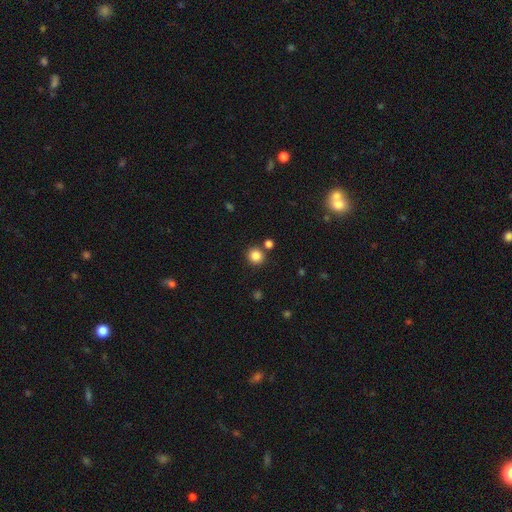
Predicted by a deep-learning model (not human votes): Smooth or featured? smooth (85%)
How rounded? round (93%)
Merging? none (82%)